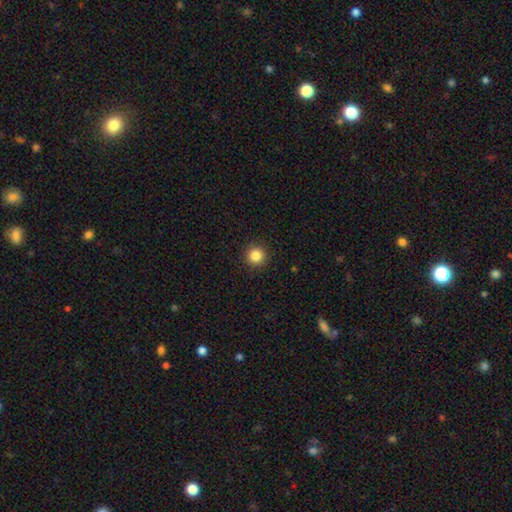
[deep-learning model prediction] Smooth or featured: smooth — 85% (star or artifact — 11%)
How rounded: round — 96% (in between — 3%)
Merging: none — 93% (minor disturbance — 5%)